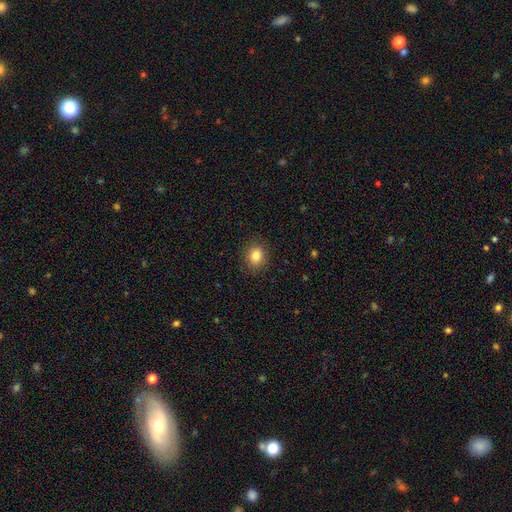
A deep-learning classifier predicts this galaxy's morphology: Q: Smooth or featured?
A: smooth (83%); runner-up: star or artifact (10%)
Q: How rounded?
A: round (62%); runner-up: in between (37%)
Q: Merging?
A: none (88%); runner-up: minor disturbance (8%)